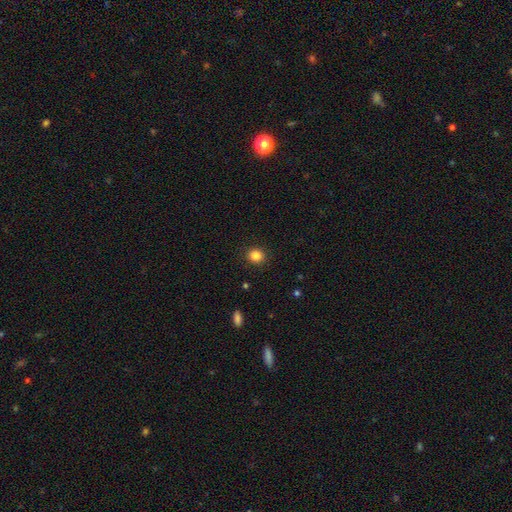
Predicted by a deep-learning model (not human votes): A smooth galaxy with no disk features (85%) that is round (85%). Merging: none (91%).